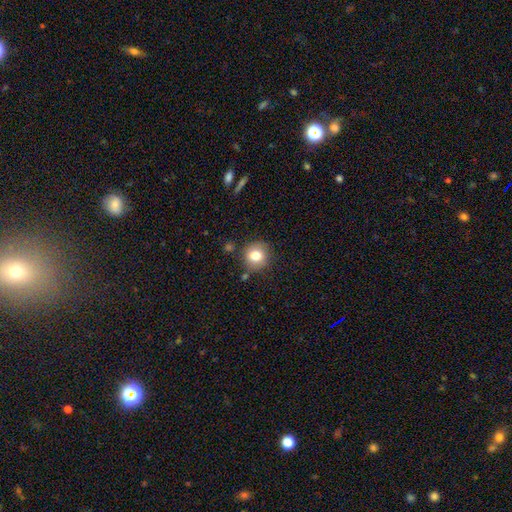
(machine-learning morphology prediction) type=smooth (79%); roundness=round (87%); merging=none (81%).